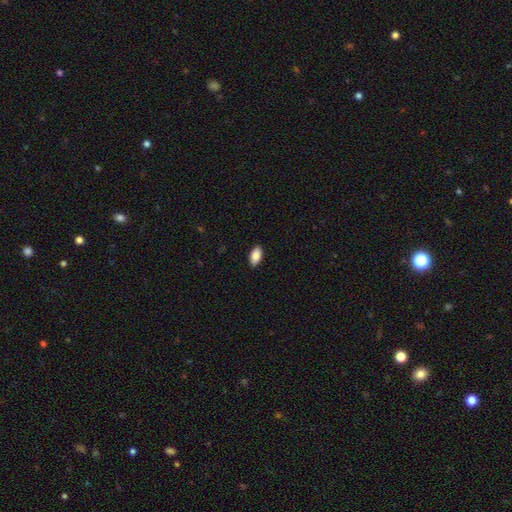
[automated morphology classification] Smooth or featured? Predicted: smooth (p=0.87). How rounded? Predicted: in between (p=0.92). Merging? Predicted: none (p=0.89).